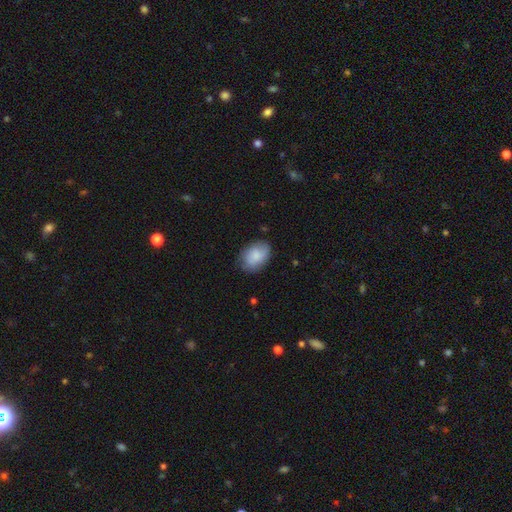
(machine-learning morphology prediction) Smooth or featured? Predicted: smooth (p=0.81). How rounded? Predicted: in between (p=0.81). Merging? Predicted: none (p=0.75).